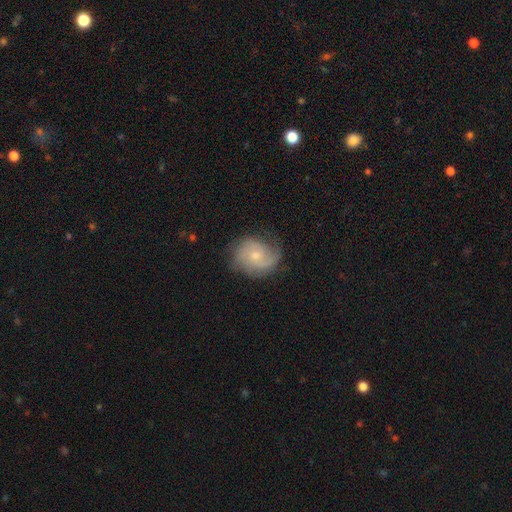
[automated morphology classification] Q: Smooth or featured?
A: featured or disk (67%); runner-up: smooth (26%)
Q: Edge-on disk?
A: no (98%); runner-up: yes (2%)
Q: Bar?
A: no (72%); runner-up: weak (25%)
Q: Spiral arms?
A: yes (92%); runner-up: no (8%)
Q: Spiral winding?
A: medium (44%); runner-up: tight (34%)
Q: Spiral arm count?
A: 2 (54%); runner-up: can't tell (18%)
Q: Bulge size?
A: small (57%); runner-up: moderate (37%)
Q: Merging?
A: none (68%); runner-up: minor disturbance (22%)